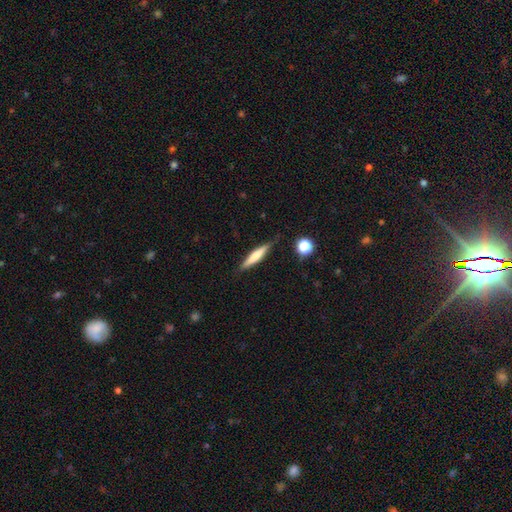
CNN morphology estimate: Overall: smooth (57%; featured or disk 37%). How rounded: cigar-shaped (89%). Merging: none (82%).